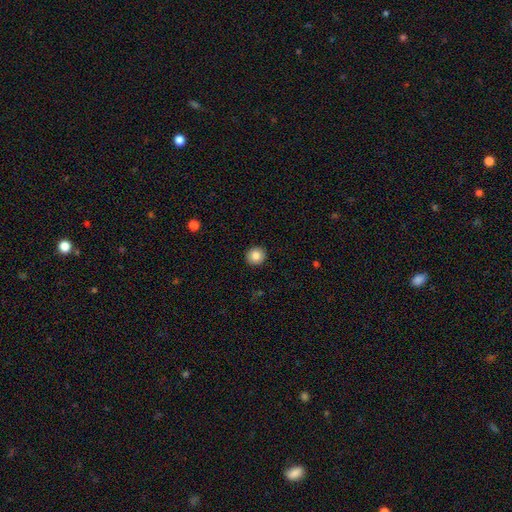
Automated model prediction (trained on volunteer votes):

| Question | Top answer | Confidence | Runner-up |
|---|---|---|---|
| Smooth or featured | smooth | 84% | star or artifact (9%) |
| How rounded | round | 90% | in between (9%) |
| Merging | none | 92% | minor disturbance (5%) |